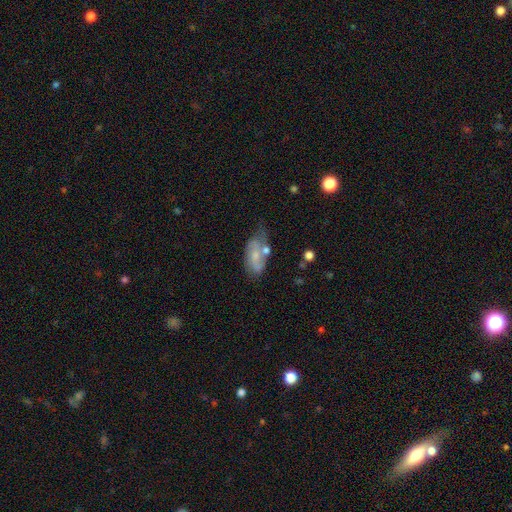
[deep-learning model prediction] A featured or disk galaxy (53%). Merging: none (38%).